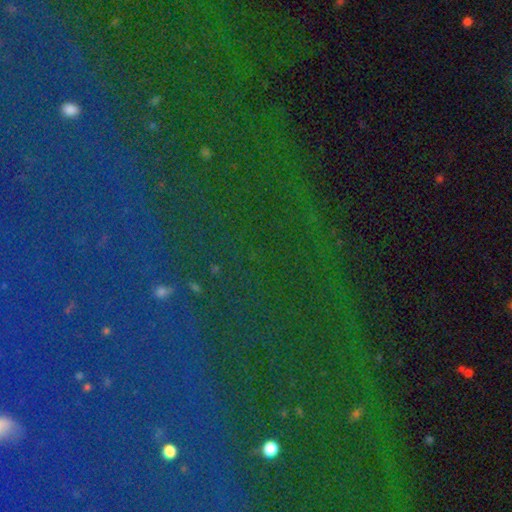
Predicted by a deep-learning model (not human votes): smooth-or-featured: star or artifact: 81% | smooth: 10% | featured or disk: 8%